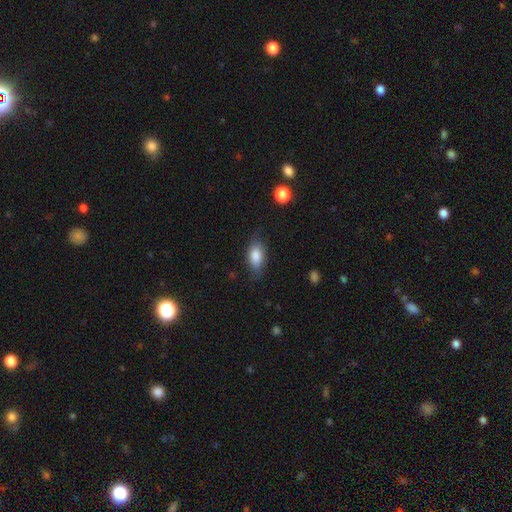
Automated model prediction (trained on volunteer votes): This is clearly a smooth galaxy (80%). How rounded: clearly in between (88%). Merging: likely none (69%).